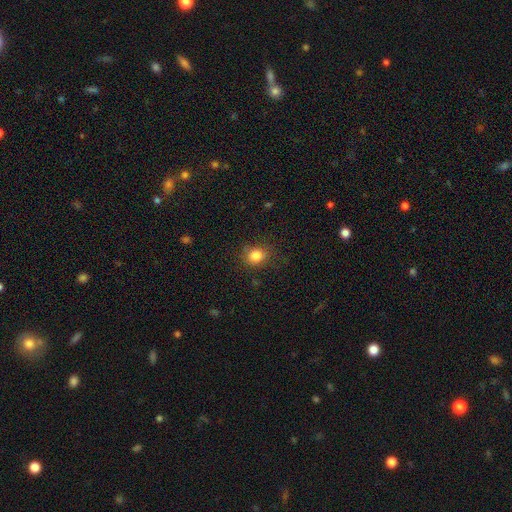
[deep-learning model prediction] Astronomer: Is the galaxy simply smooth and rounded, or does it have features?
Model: smooth — 84%.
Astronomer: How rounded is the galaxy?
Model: round — 70%.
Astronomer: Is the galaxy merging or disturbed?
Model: none — 79%.